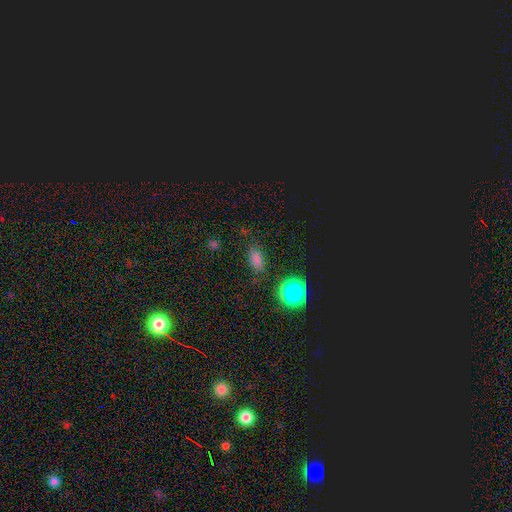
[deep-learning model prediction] Overall: star or artifact (52%; smooth 41%).